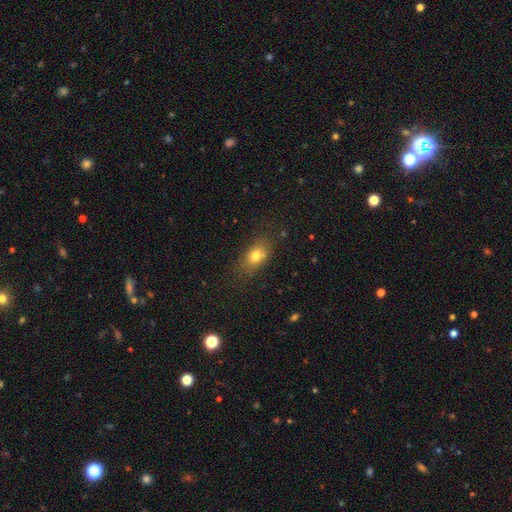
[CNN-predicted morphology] Smooth or featured? Predicted: smooth (p=0.75). How rounded? Predicted: in between (p=0.76). Merging? Predicted: none (p=0.70).